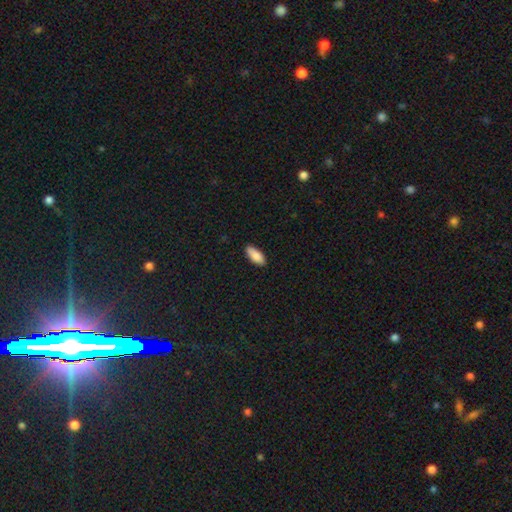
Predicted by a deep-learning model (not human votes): smooth 87%, featured or disk 7%, star or artifact 6%. Down the decision tree: how rounded — in between (81%); merging — none (86%).